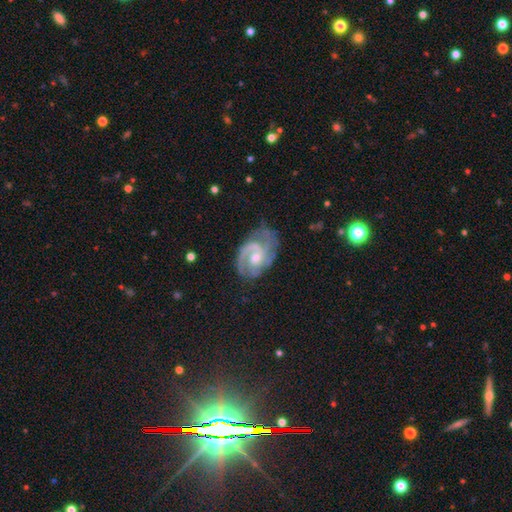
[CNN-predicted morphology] Smooth or featured? featured or disk (88%)
Edge-on disk? no (97%)
Bar? no (56%)
Spiral arms? yes (97%)
Spiral winding? medium (46%)
Spiral arm count? 2 (63%)
Bulge size? moderate (58%)
Merging? none (59%)